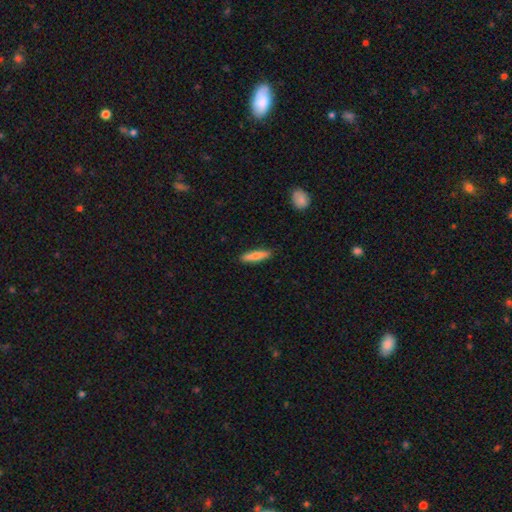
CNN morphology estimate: Smooth or featured?
  - smooth: 80% *
  - featured or disk: 14%
  - star or artifact: 6%
How rounded?
  - cigar-shaped: 83% *
  - in between: 16%
  - round: 2%
Merging?
  - none: 89% *
  - minor disturbance: 8%
  - major disturbance: 2%
  - merger: 1%